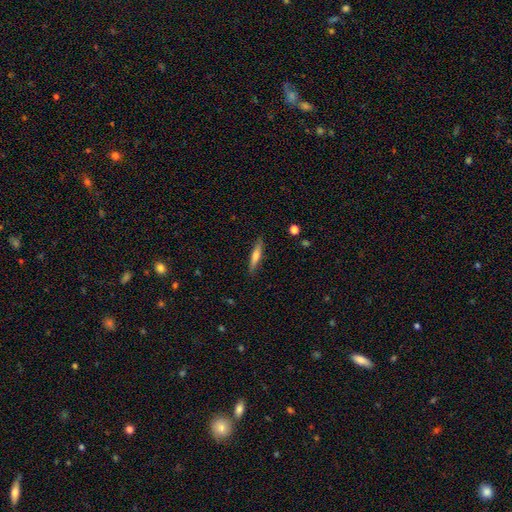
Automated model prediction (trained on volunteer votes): smooth 54%, featured or disk 39%, star or artifact 6%. Down the decision tree: how rounded — cigar-shaped (87%); merging — none (87%).